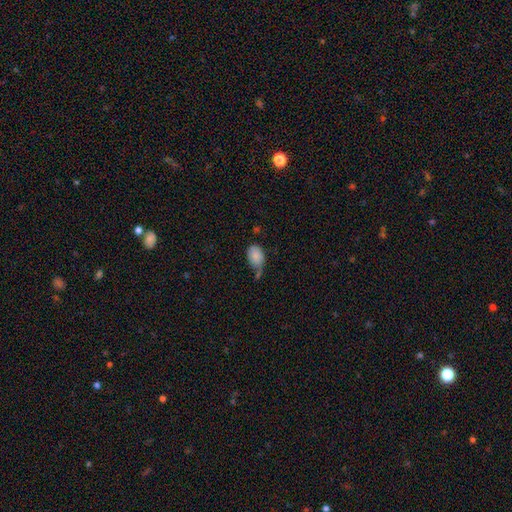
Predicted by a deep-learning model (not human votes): A smooth galaxy with no disk features (84%) that is in between round and cigar-shaped (84%).

Vote fractions:
- Smooth or featured? smooth: 84% / featured or disk: 8% / star or artifact: 8%
- How rounded? in between: 84% / round: 15% / cigar-shaped: 1%
- Merging? none: 40% / minor disturbance: 30% / merger: 18% / major disturbance: 12%